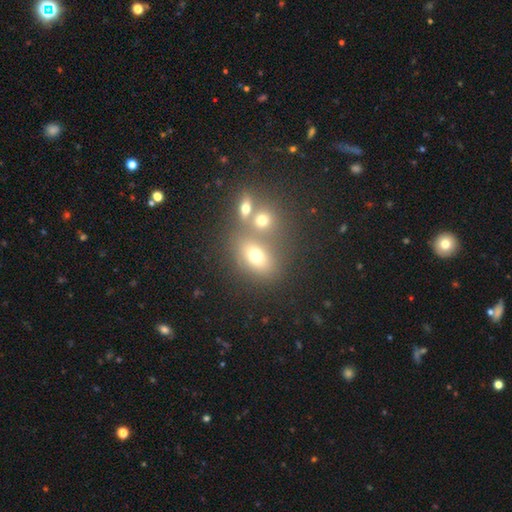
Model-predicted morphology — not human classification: A smooth galaxy with no disk features (63%) that is in between round and cigar-shaped (68%).

Vote fractions:
- Smooth or featured? smooth: 63% / featured or disk: 19% / star or artifact: 18%
- How rounded? in between: 68% / round: 29% / cigar-shaped: 3%
- Merging? none: 50% / merger: 36% / minor disturbance: 10% / major disturbance: 5%